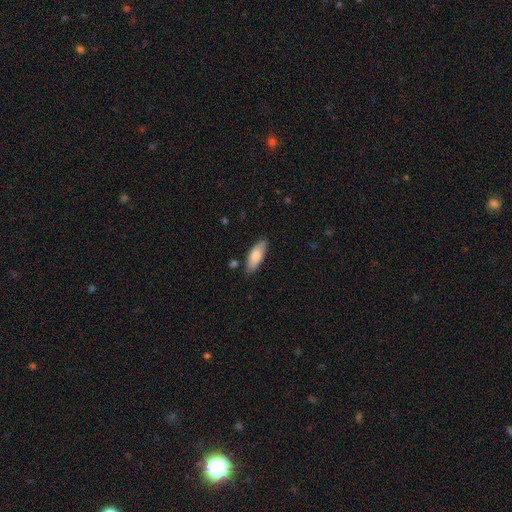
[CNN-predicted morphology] A smooth galaxy with no disk features (78%) that is in between round and cigar-shaped (72%).

Vote fractions:
- Smooth or featured? smooth: 78% / featured or disk: 16% / star or artifact: 6%
- How rounded? in between: 72% / cigar-shaped: 26% / round: 2%
- Merging? none: 82% / minor disturbance: 13% / merger: 3% / major disturbance: 2%